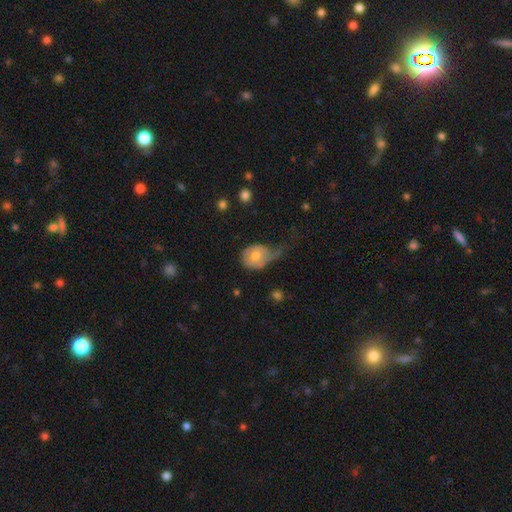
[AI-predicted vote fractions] smooth 60%, featured or disk 33%, star or artifact 7%. Down the decision tree: how rounded — round (52%); merging — major disturbance (43%).